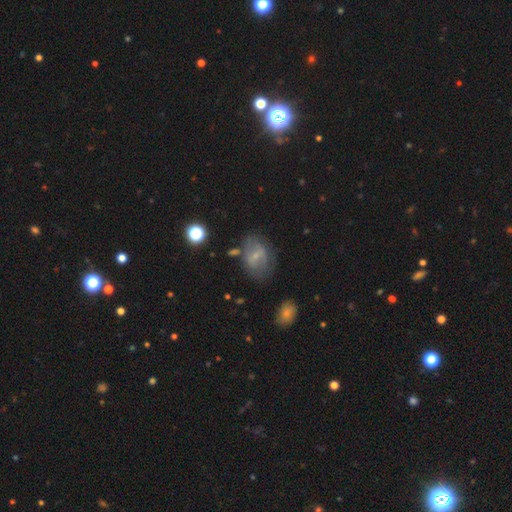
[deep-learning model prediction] The model was most divided on "smooth or featured": featured or disk: 50%, smooth: 40%, star or artifact: 10%. More confident: merging — none (56%).